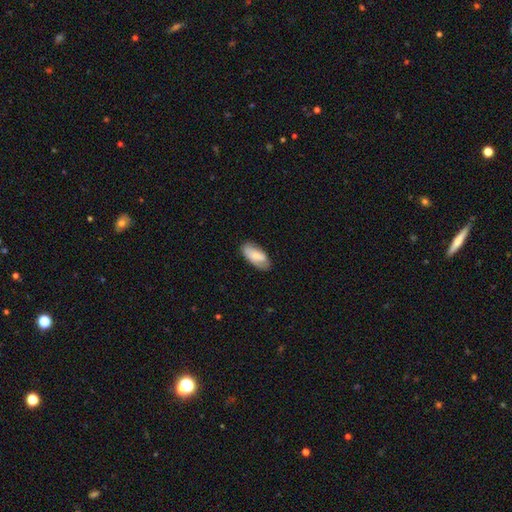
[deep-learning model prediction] Smooth or featured: smooth — 69% (featured or disk — 25%)
How rounded: in between — 90% (cigar-shaped — 7%)
Merging: none — 75% (minor disturbance — 20%)